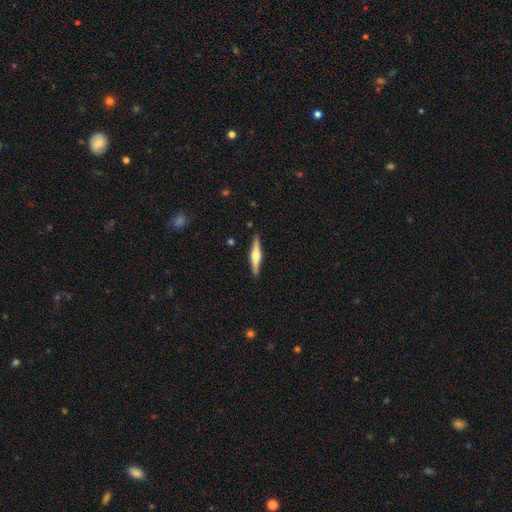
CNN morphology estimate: Q: Smooth or featured?
A: featured or disk (69%); runner-up: smooth (26%)
Q: Edge-on disk?
A: yes (98%); runner-up: no (2%)
Q: Edge-on bulge?
A: rounded (88%); runner-up: boxy (9%)
Q: Merging?
A: none (91%); runner-up: minor disturbance (7%)